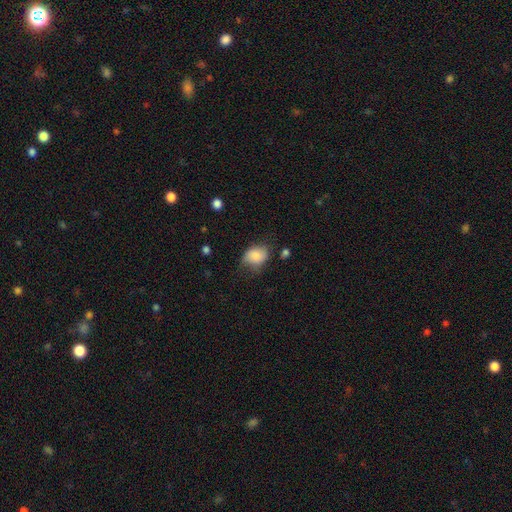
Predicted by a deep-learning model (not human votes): smooth 80%, featured or disk 12%, star or artifact 8%. Down the decision tree: how rounded — in between (69%); merging — none (59%).